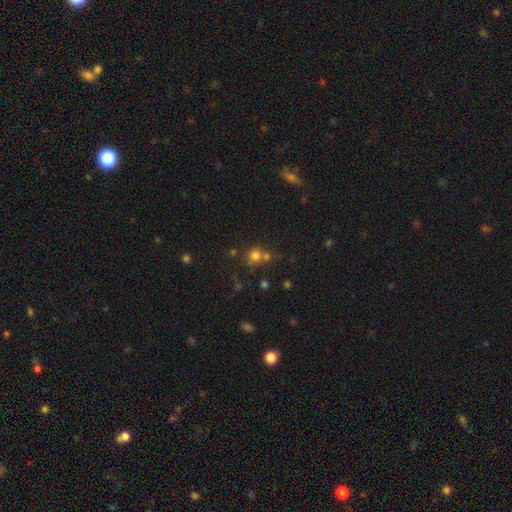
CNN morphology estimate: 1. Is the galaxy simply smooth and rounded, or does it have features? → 71% smooth, 19% star or artifact, 9% featured or disk.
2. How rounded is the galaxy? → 86% round, 13% in between, 1% cigar-shaped.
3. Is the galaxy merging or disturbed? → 52% none, 34% merger, 9% minor disturbance, 5% major disturbance.